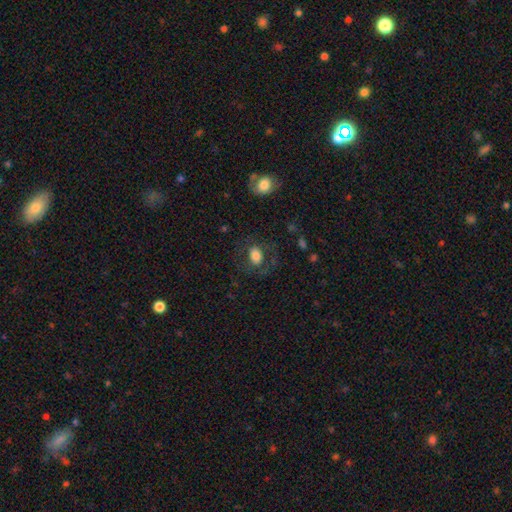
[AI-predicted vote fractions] Smooth or featured? smooth (73%)
How rounded? in between (68%)
Merging? none (71%)